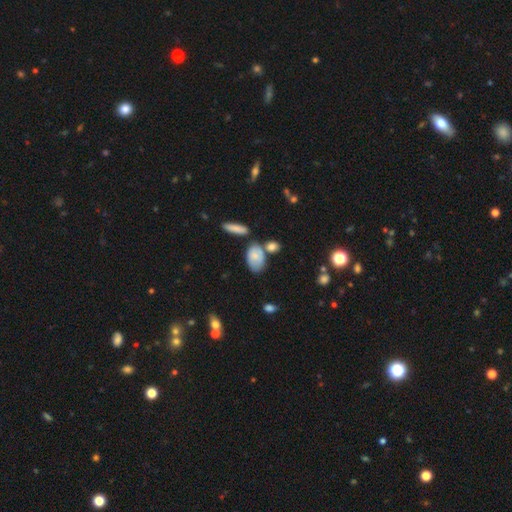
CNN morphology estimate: This is likely a smooth galaxy (75%). How rounded: clearly in between (89%). Merging: possibly none (53%).